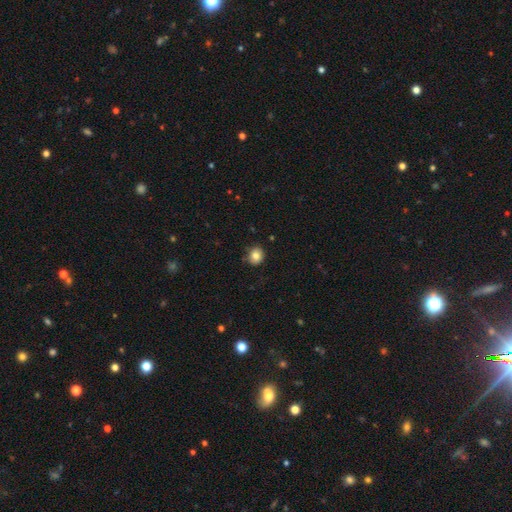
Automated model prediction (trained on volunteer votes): smooth 83%, star or artifact 10%, featured or disk 7%. Down the decision tree: how rounded — round (77%); merging — none (84%).